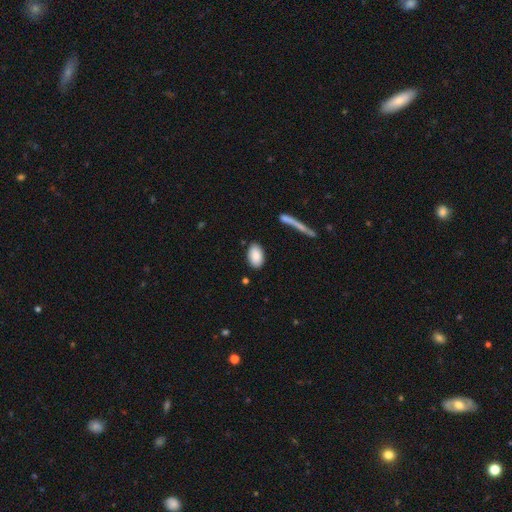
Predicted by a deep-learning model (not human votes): A smooth galaxy with no disk features (87%) that is in between round and cigar-shaped (93%). Merging: none (84%).